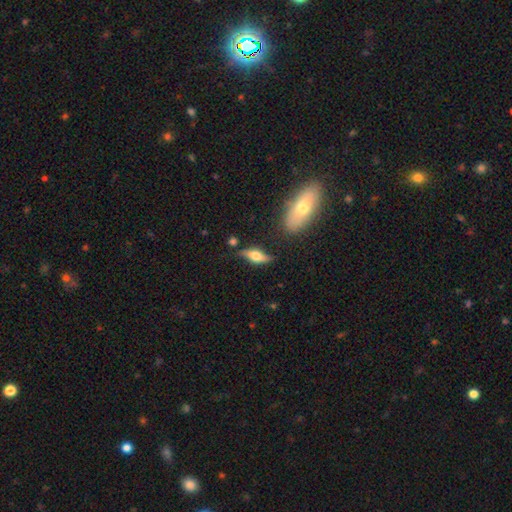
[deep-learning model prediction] Smooth or featured?
  - featured or disk: 60% *
  - smooth: 33%
  - star or artifact: 7%
Edge-on disk?
  - yes: 82% *
  - no: 18%
Merging?
  - none: 70% *
  - minor disturbance: 20%
  - major disturbance: 7%
  - merger: 4%